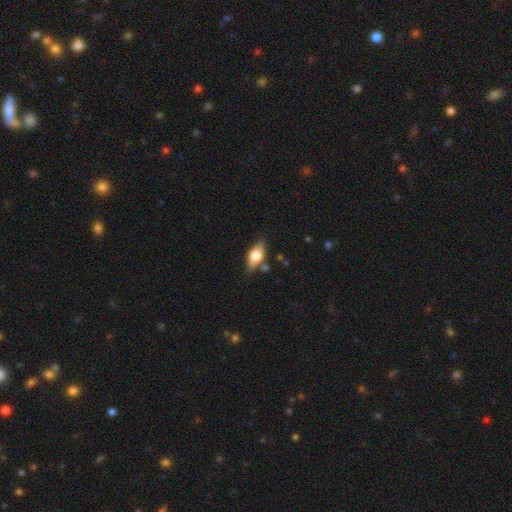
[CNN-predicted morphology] Smooth or featured? smooth (56%)
How rounded? in between (78%)
Merging? none (76%)